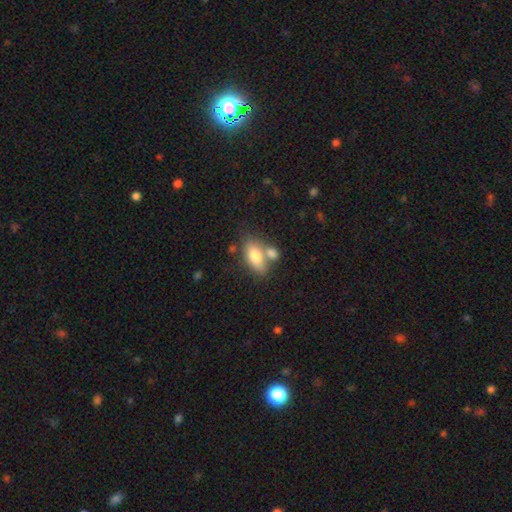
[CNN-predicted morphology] This is likely a smooth galaxy (73%). How rounded: clearly in between (84%). Merging: possibly none (46%).